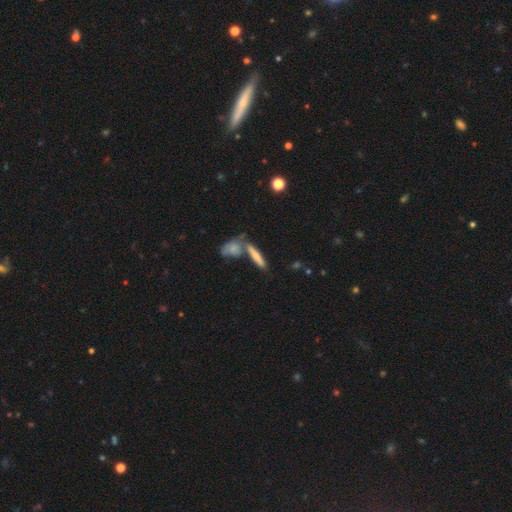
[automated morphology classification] A smooth galaxy with no disk features (65%) that is cigar-shaped (77%).

Vote fractions:
- Smooth or featured? smooth: 65% / featured or disk: 27% / star or artifact: 8%
- How rounded? cigar-shaped: 77% / in between: 19% / round: 3%
- Merging? none: 56% / merger: 28% / minor disturbance: 11% / major disturbance: 4%